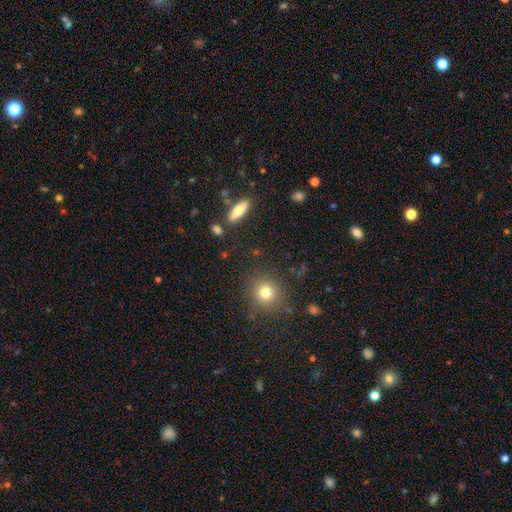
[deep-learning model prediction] smooth 56%, star or artifact 36%, featured or disk 7%. Down the decision tree: how rounded — round (86%); merging — none (81%).